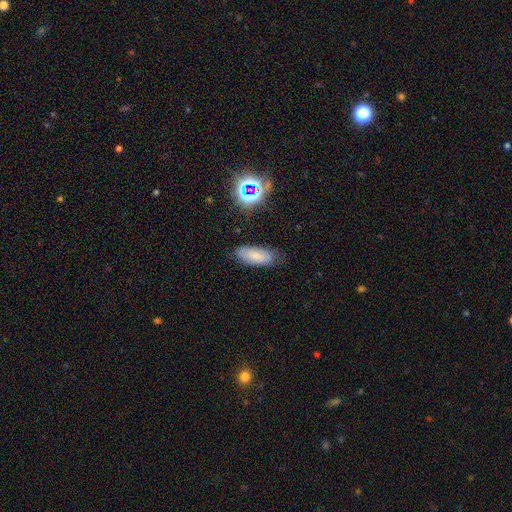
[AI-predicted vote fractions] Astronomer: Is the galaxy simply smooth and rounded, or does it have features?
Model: smooth — 71%.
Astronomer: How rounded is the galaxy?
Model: in between — 81%.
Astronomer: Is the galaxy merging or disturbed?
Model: none — 75%.